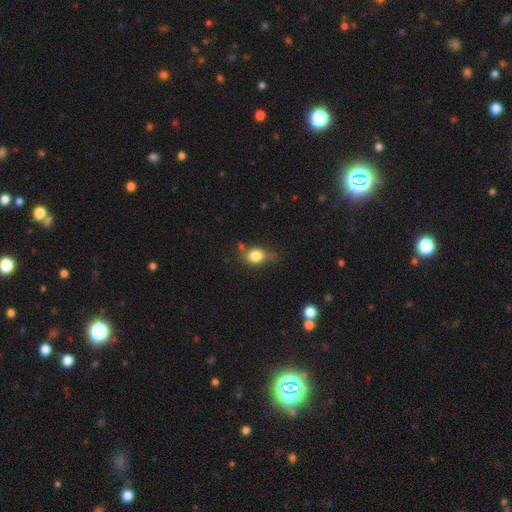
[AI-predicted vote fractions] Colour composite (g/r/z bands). It shows a smooth galaxy with no disk features (81%) that is in between round and cigar-shaped (61%). Merging: none (56%).